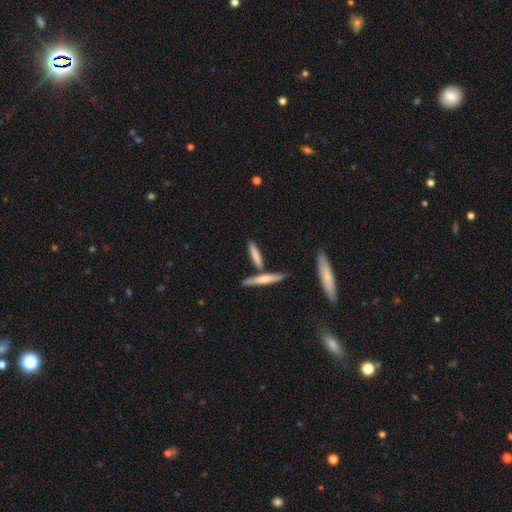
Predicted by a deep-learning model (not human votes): This is likely a smooth galaxy (69%). How rounded: clearly cigar-shaped (81%). Merging: likely none (66%).